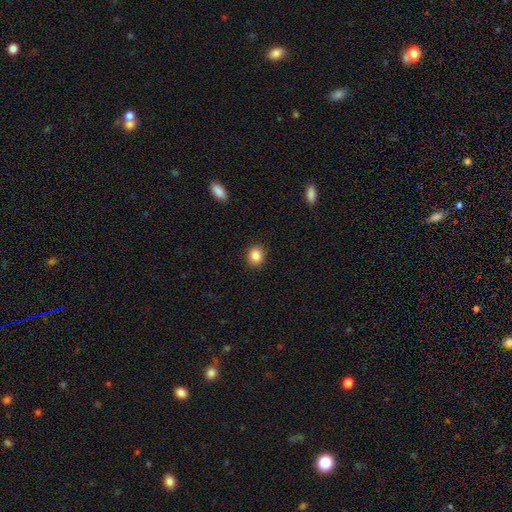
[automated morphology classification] Smooth or featured? Predicted: smooth (p=0.86). How rounded? Predicted: round (p=0.75). Merging? Predicted: none (p=0.90).